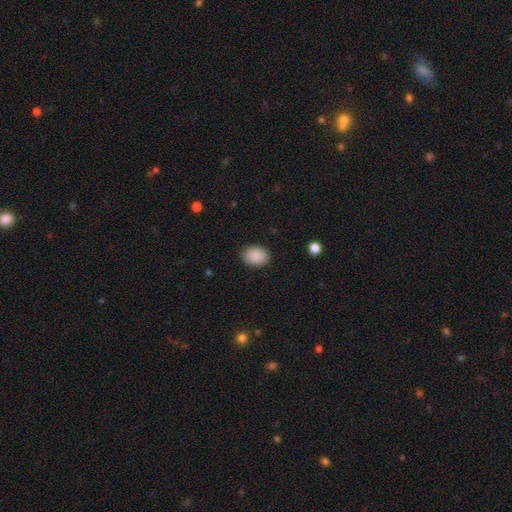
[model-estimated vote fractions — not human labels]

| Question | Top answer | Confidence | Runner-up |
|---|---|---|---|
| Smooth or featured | smooth | 90% | star or artifact (7%) |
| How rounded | in between | 76% | round (23%) |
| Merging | none | 88% | minor disturbance (9%) |